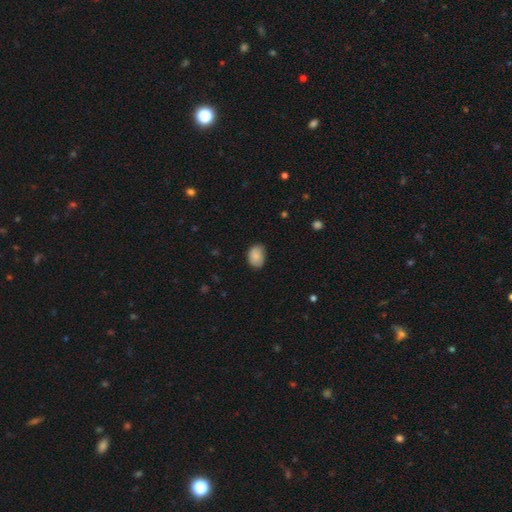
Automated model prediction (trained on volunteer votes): This is clearly a smooth galaxy (87%). How rounded: likely in between (75%). Merging: likely none (72%).